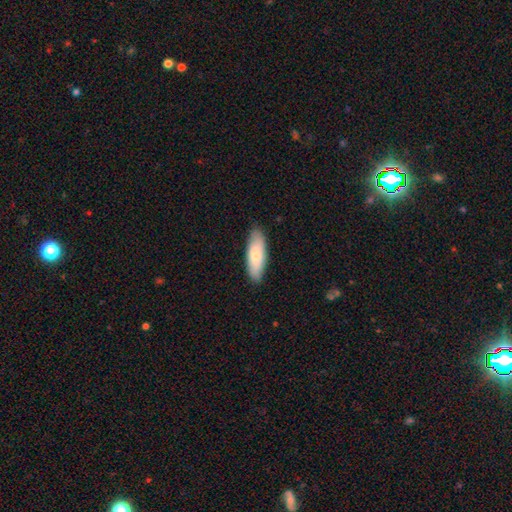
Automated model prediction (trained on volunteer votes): Q: Smooth or featured?
A: smooth (76%); runner-up: featured or disk (18%)
Q: How rounded?
A: in between (64%); runner-up: cigar-shaped (35%)
Q: Merging?
A: none (86%); runner-up: minor disturbance (11%)